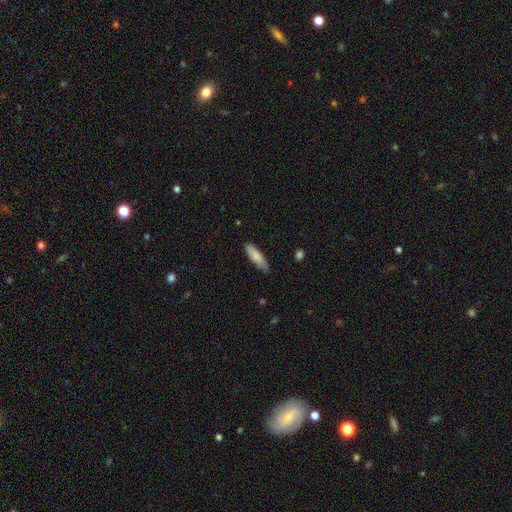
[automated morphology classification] smooth_or_featured: smooth (p=0.83) [alt: featured or disk p=0.12]
how_rounded: cigar-shaped (p=0.59) [alt: in between p=0.40]
merging: none (p=0.76) [alt: minor disturbance p=0.20]